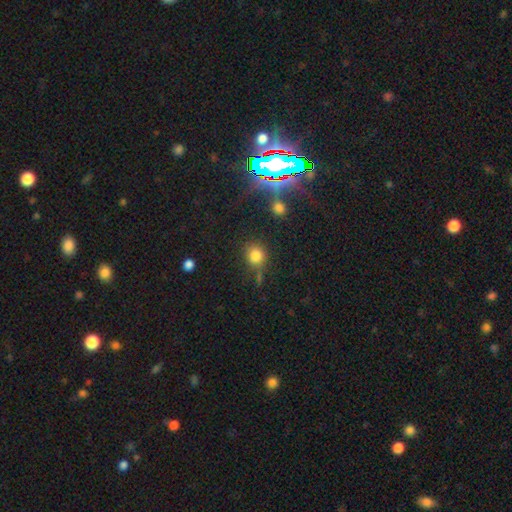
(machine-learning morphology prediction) smooth-or-featured: smooth: 79% | star or artifact: 14% | featured or disk: 7%
  how-rounded: round: 84% | in between: 15% | cigar-shaped: 1%
  merging: none: 69% | minor disturbance: 15% | merger: 10% | major disturbance: 6%